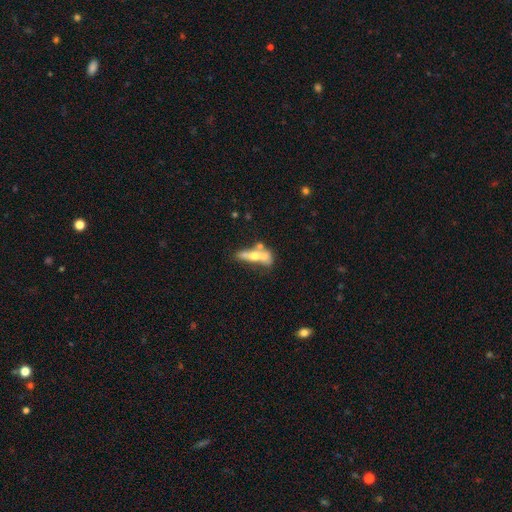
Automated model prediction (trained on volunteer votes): featured or disk 47%, smooth 44%, star or artifact 9%. Down the decision tree: merging — merger (49%).